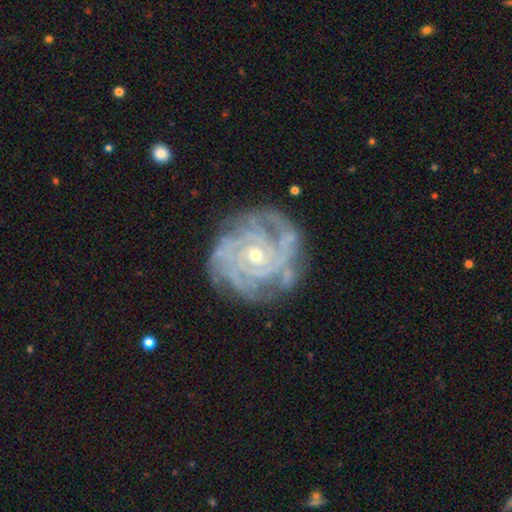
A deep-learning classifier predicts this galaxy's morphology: type=featured or disk (90%); edge-on=no (98%); bar=no (74%); spiral arms=yes (97%); winding=tight (78%); arm count=4 (23%); bulge=small (62%); merging=none (72%).